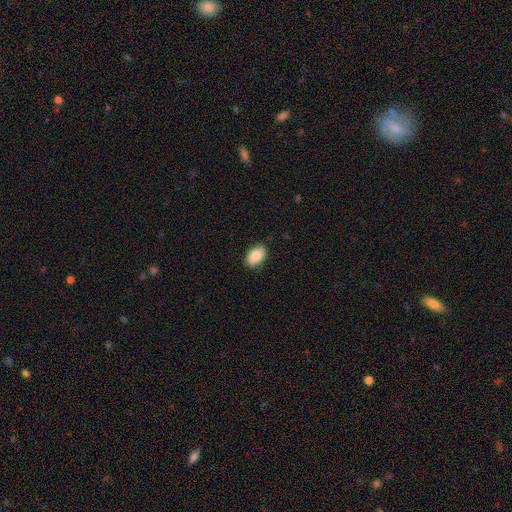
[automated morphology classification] Smooth or featured? smooth (87%)
How rounded? in between (92%)
Merging? none (84%)